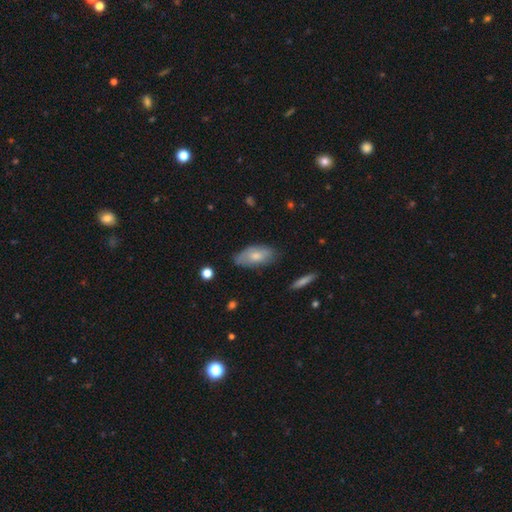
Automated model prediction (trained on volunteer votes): Smooth or featured? smooth (70%)
How rounded? in between (89%)
Merging? none (69%)